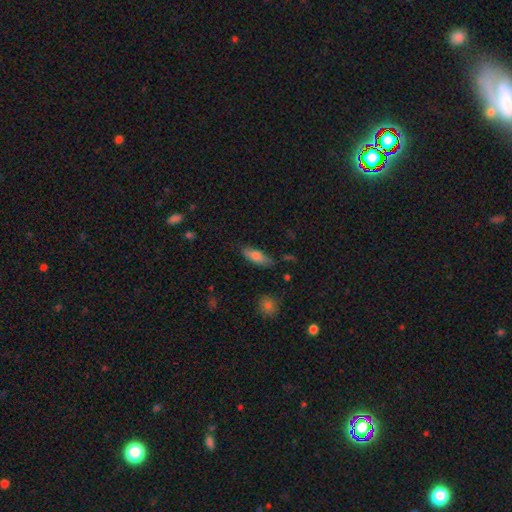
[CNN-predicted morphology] smooth 76%, featured or disk 17%, star or artifact 7%. Down the decision tree: how rounded — in between (62%); merging — none (75%).